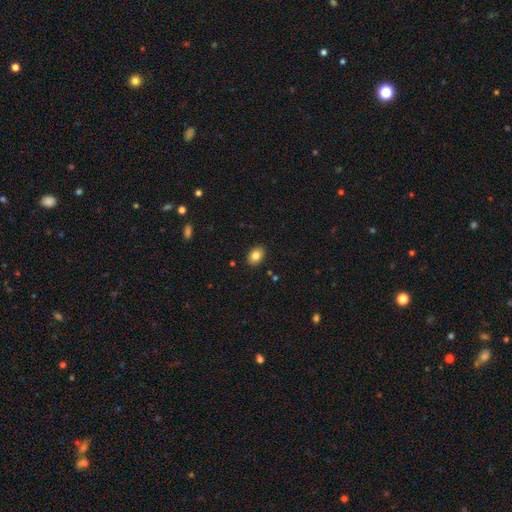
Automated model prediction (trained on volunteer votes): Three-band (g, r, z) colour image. It shows a smooth galaxy with no disk features (83%) that is in between round and cigar-shaped (78%). Merging: none (89%).